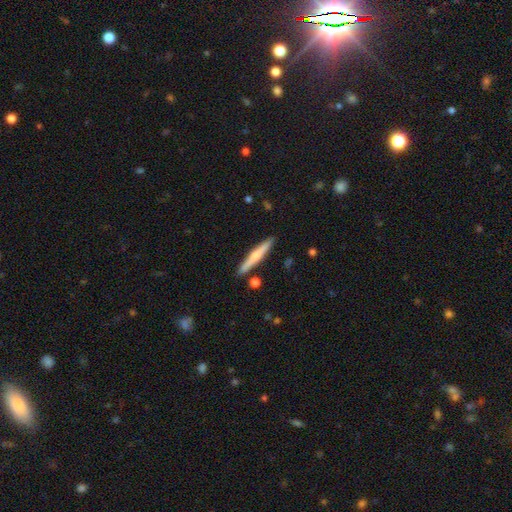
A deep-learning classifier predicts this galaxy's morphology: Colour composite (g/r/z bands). It shows a featured or disk galaxy (48%). Merging: none (88%).